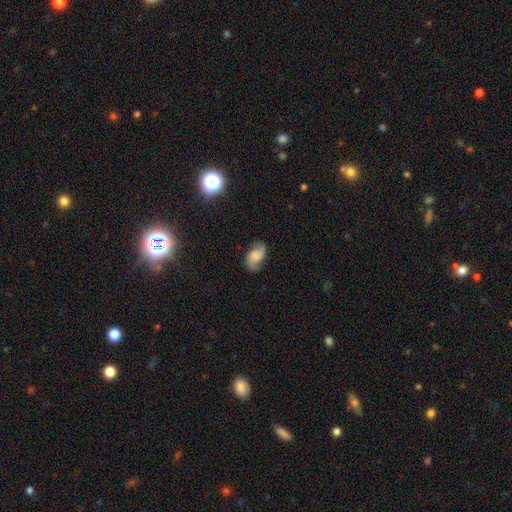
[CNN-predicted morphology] smooth_or_featured: featured or disk (p=0.58) [alt: smooth p=0.32]
disk_edge_on: no (p=0.96) [alt: yes p=0.04]
bar: no (p=0.63) [alt: weak p=0.30]
has_spiral_arms: yes (p=0.92) [alt: no p=0.08]
spiral_winding: loose (p=0.48) [alt: medium p=0.38]
spiral_arm_count: 2 (p=0.89) [alt: can't tell p=0.04]
bulge_size: none (p=0.35) [alt: large p=0.21]
merging: none (p=0.70) [alt: minor disturbance p=0.20]